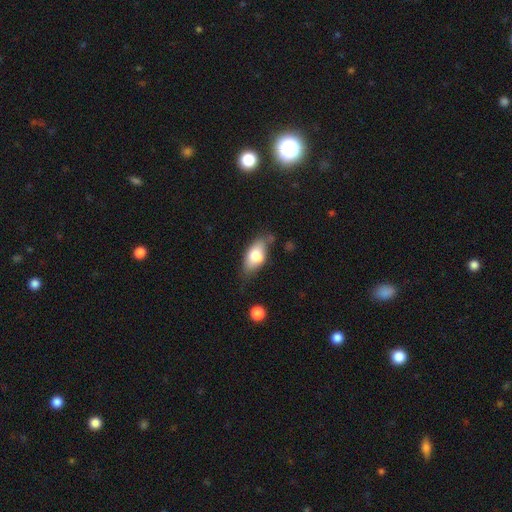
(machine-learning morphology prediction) smooth_or_featured: smooth (p=0.73) [alt: featured or disk p=0.19]
how_rounded: in between (p=0.87) [alt: cigar-shaped p=0.09]
merging: none (p=0.54) [alt: minor disturbance p=0.30]